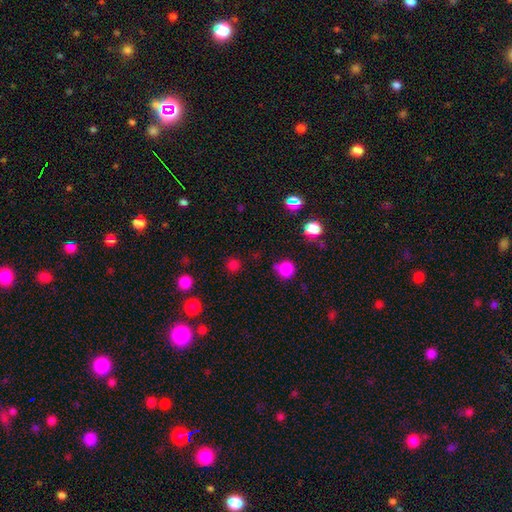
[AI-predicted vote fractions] Q: Smooth or featured?
A: smooth (67%); runner-up: star or artifact (28%)
Q: How rounded?
A: round (91%); runner-up: in between (8%)
Q: Merging?
A: none (78%); runner-up: minor disturbance (11%)